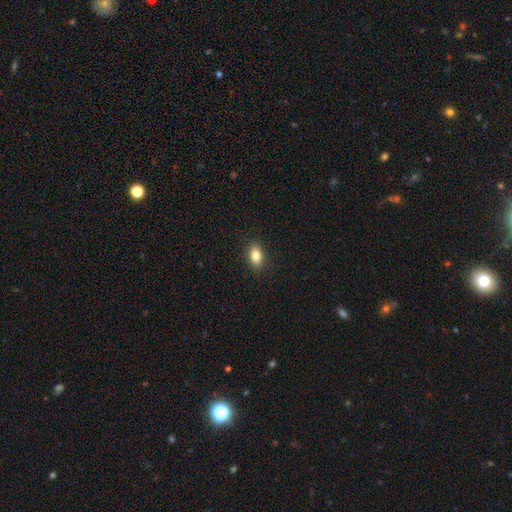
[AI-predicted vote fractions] Morphology: type=smooth (82%); roundness=in between (85%); merging=none (89%).